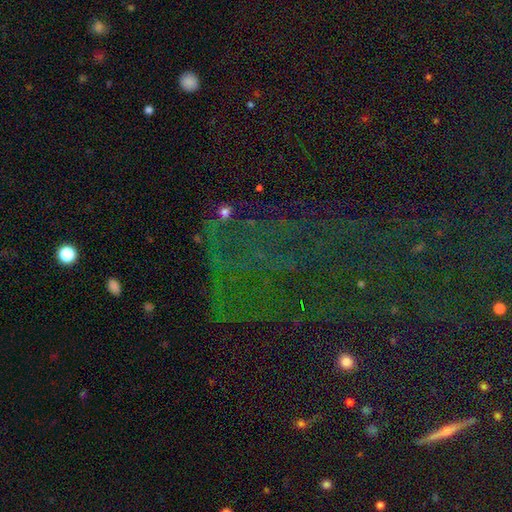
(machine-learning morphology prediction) smooth-or-featured: star or artifact: 71% | smooth: 15% | featured or disk: 14%